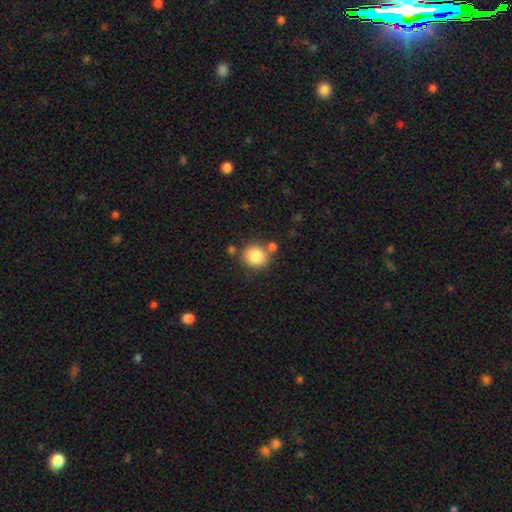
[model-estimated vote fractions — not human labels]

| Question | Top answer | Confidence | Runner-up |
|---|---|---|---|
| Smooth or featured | smooth | 83% | star or artifact (9%) |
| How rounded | round | 86% | in between (13%) |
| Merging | none | 73% | merger (13%) |